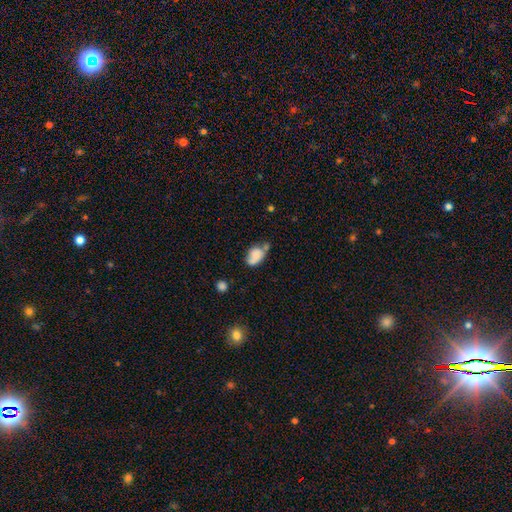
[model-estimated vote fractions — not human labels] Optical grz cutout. It shows a smooth galaxy with no disk features (70%) that is in between round and cigar-shaped (80%). Merging: none (35%).